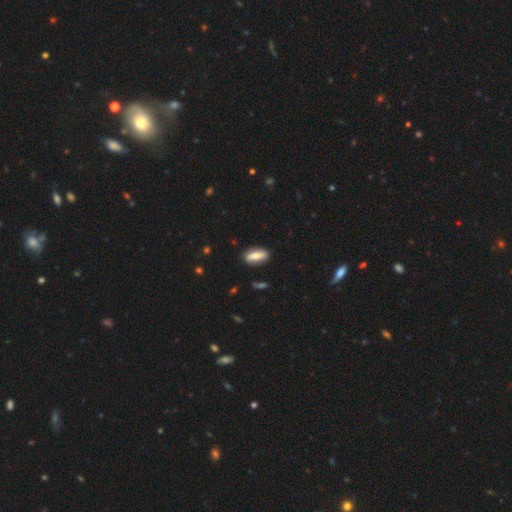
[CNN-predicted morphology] The model was most divided on "smooth or featured": smooth: 64%, featured or disk: 29%, star or artifact: 7%. More confident: merging — none (85%); how rounded — in between (71%).